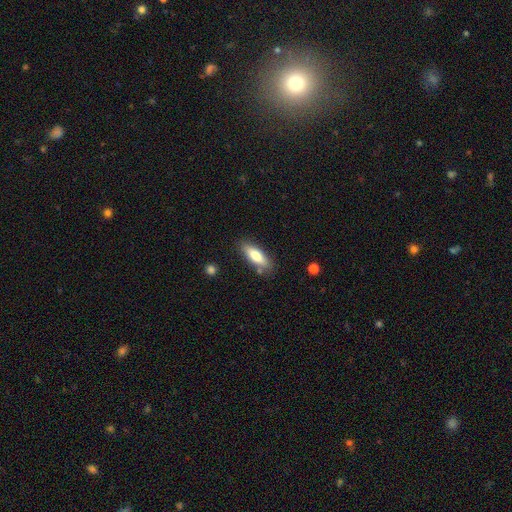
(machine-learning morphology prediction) A smooth galaxy with no disk features (77%) that is in between round and cigar-shaped (58%). Merging: none (81%).